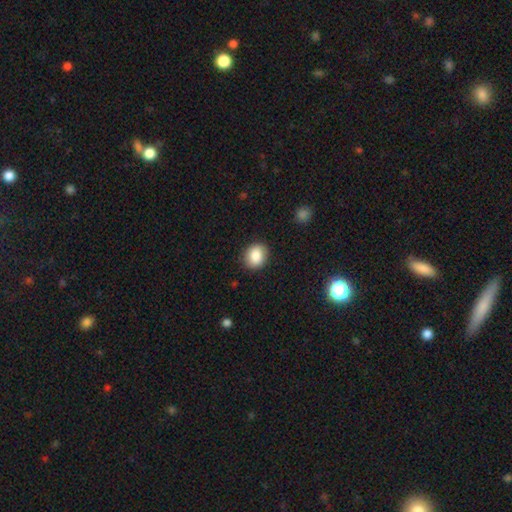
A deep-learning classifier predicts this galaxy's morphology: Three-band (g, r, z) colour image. It shows a smooth galaxy with no disk features (86%) that is round (59%). Merging: none (86%).